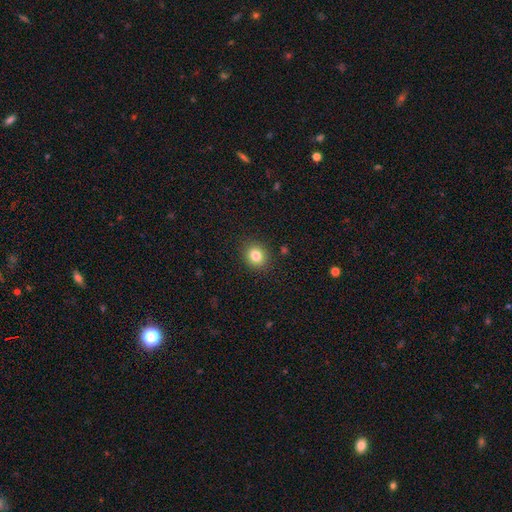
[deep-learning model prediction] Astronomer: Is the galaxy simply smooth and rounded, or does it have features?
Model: smooth — 82%.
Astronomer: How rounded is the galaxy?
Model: round — 74%.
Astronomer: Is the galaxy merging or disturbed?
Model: none — 89%.